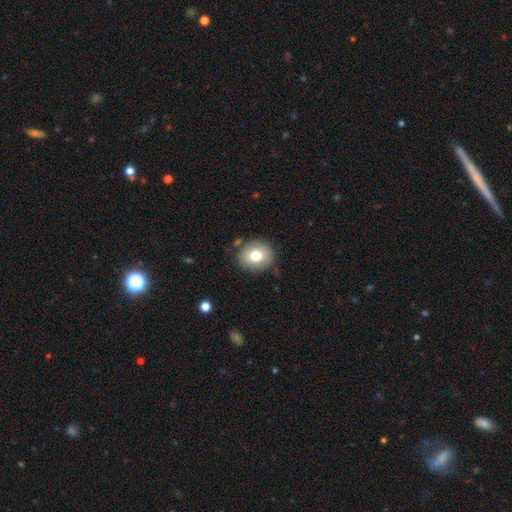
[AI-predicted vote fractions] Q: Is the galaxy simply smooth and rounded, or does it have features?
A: smooth — 74%.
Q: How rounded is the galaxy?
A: round — 78%.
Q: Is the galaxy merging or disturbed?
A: none — 83%.